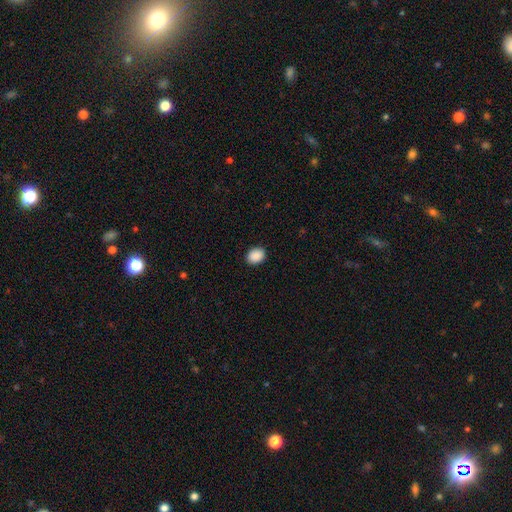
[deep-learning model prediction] smooth-or-featured: smooth: 90% | star or artifact: 8% | featured or disk: 2%
  how-rounded: in between: 52% | round: 47% | cigar-shaped: 1%
  merging: none: 91% | minor disturbance: 7% | major disturbance: 2% | merger: 1%